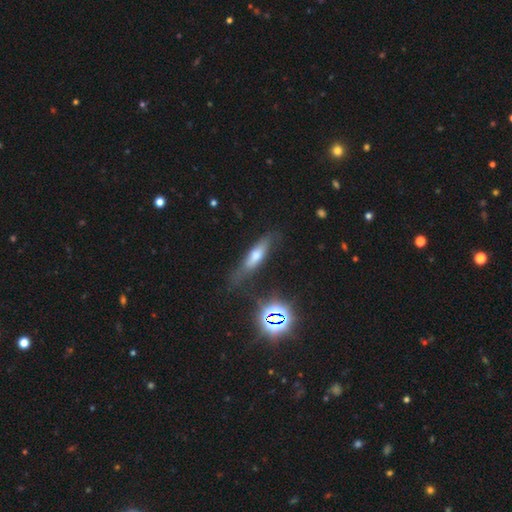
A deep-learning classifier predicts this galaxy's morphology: This appears to be a smooth galaxy with no disk features (51%) that is cigar-shaped (67%). Merging: none (62%).